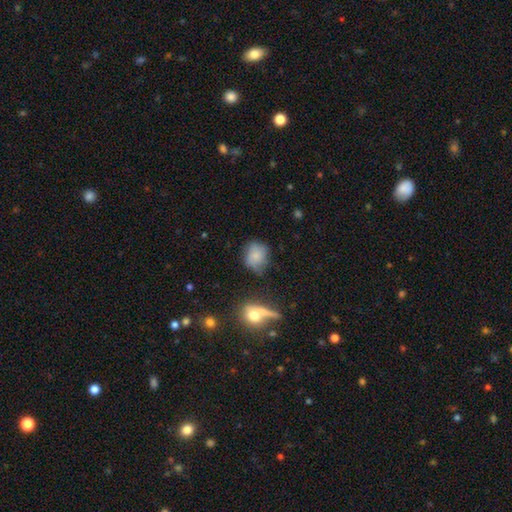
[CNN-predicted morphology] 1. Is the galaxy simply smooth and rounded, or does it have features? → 76% smooth, 14% featured or disk, 10% star or artifact.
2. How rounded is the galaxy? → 57% round, 41% in between, 2% cigar-shaped.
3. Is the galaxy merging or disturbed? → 60% none, 26% minor disturbance, 8% major disturbance, 6% merger.